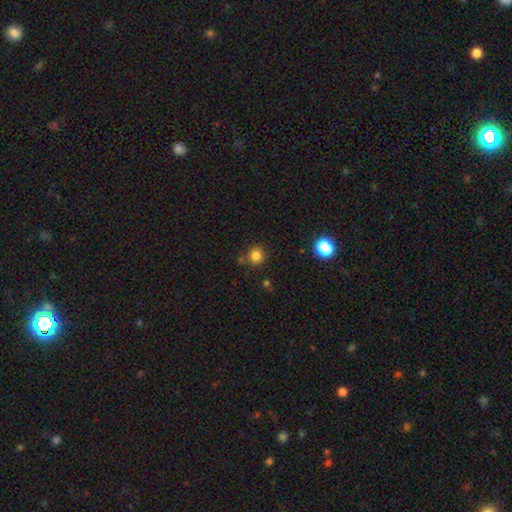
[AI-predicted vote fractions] Smooth or featured? Predicted: smooth (p=0.81). How rounded? Predicted: round (p=0.91). Merging? Predicted: none (p=0.81).